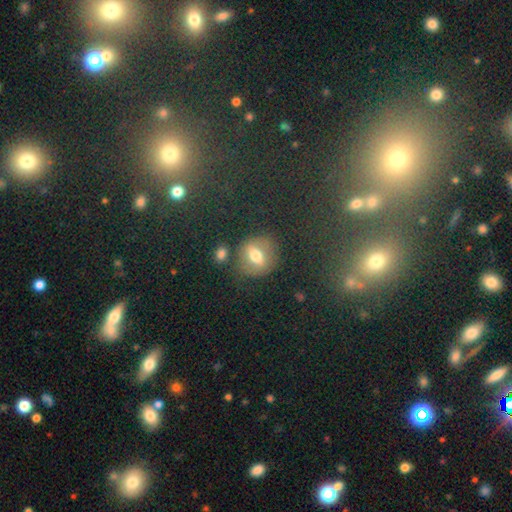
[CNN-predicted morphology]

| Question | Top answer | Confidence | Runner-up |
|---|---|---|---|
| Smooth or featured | smooth | 54% | featured or disk (31%) |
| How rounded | round | 56% | in between (40%) |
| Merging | none | 71% | minor disturbance (15%) |